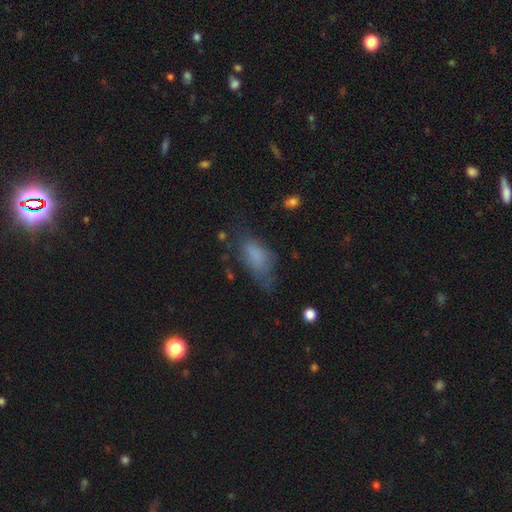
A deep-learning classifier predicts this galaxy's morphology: This appears to be a smooth galaxy with no disk features (74%) that is in between round and cigar-shaped (84%). Merging: none (50%).